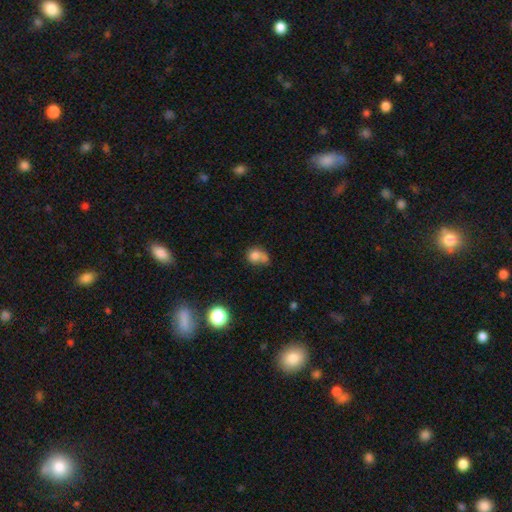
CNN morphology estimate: The model was most divided on "merging": none: 34%, merger: 30%, minor disturbance: 20%, major disturbance: 16%. More confident: smooth or featured — smooth (76%); how rounded — round (61%).